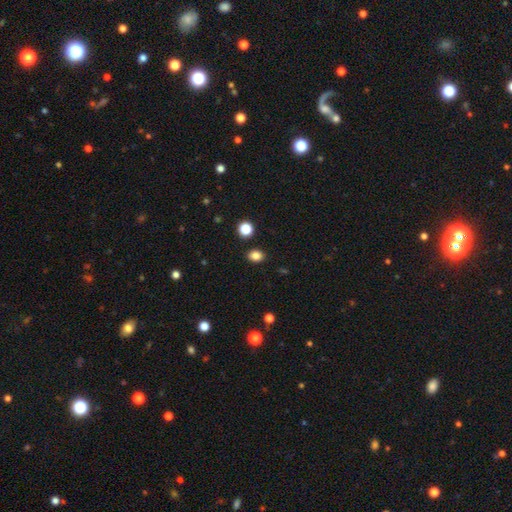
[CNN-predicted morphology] smooth_or_featured: smooth (p=0.84) [alt: star or artifact p=0.12]
how_rounded: in between (p=0.60) [alt: round p=0.39]
merging: none (p=0.88) [alt: minor disturbance p=0.07]